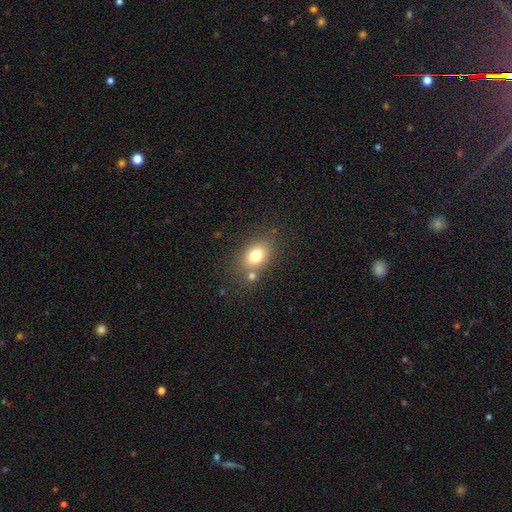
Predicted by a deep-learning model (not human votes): Morphology: type=smooth (77%); roundness=in between (71%); merging=none (66%).